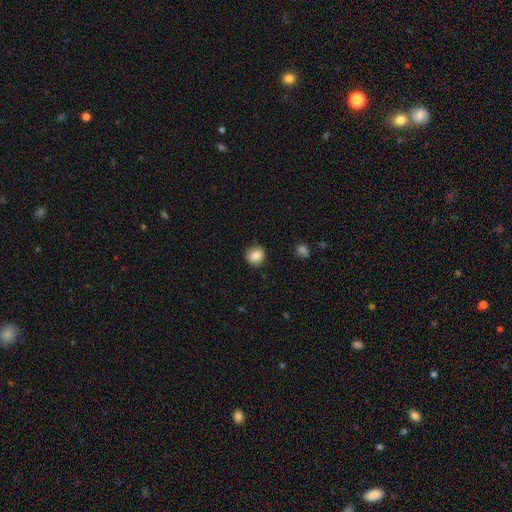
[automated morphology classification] type=smooth (86%); roundness=round (84%); merging=none (85%).